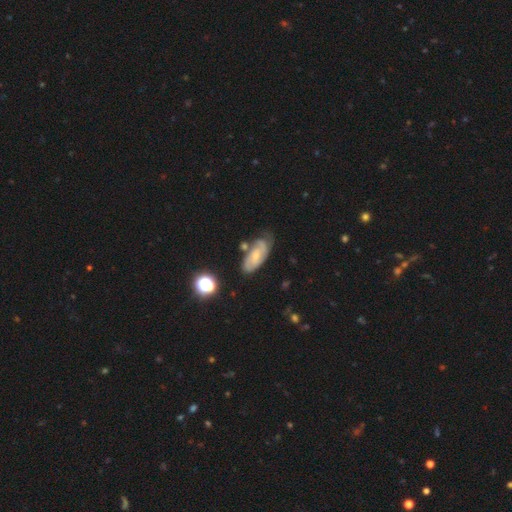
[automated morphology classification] Q: Smooth or featured?
A: featured or disk (67%); runner-up: smooth (24%)
Q: Edge-on disk?
A: no (93%); runner-up: yes (7%)
Q: Bar?
A: no (65%); runner-up: weak (29%)
Q: Spiral arms?
A: yes (88%); runner-up: no (12%)
Q: Spiral winding?
A: tight (55%); runner-up: medium (34%)
Q: Spiral arm count?
A: 2 (49%); runner-up: can't tell (32%)
Q: Bulge size?
A: small (64%); runner-up: moderate (28%)
Q: Merging?
A: none (57%); runner-up: minor disturbance (25%)